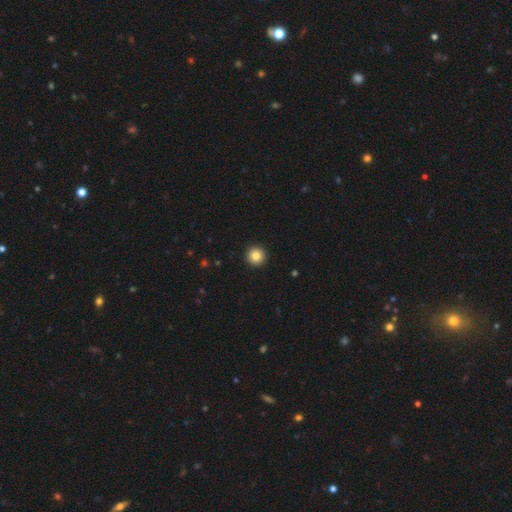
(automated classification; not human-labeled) A smooth galaxy with no disk features (84%) that is round (96%).

Vote fractions:
- Smooth or featured? smooth: 84% / star or artifact: 10% / featured or disk: 6%
- How rounded? round: 96% / in between: 3% / cigar-shaped: 1%
- Merging? none: 94% / minor disturbance: 4% / major disturbance: 1% / merger: 1%